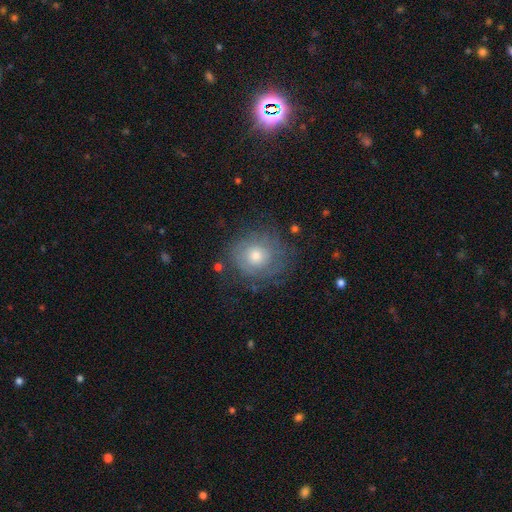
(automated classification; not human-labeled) Morphology: type=smooth (46%); merging=none (70%).